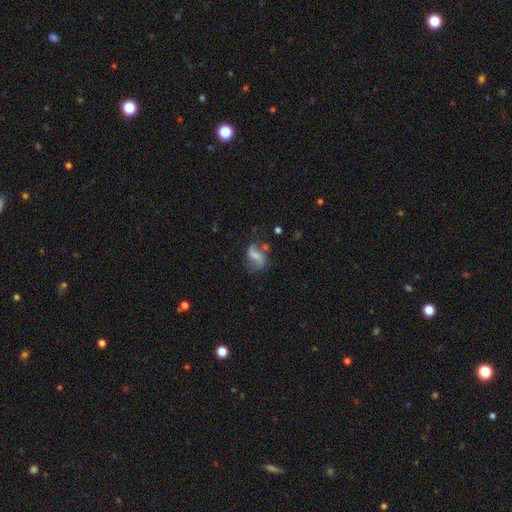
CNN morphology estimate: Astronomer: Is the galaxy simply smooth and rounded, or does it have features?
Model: featured or disk — 74%.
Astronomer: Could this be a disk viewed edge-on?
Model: no — 97%.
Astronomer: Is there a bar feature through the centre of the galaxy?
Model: weak — 43% (runner-up: no, 30%).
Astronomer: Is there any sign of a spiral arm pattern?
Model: yes — 91%.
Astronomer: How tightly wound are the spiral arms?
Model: loose — 68%.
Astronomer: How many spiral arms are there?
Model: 2 — 89%.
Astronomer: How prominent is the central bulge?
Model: small — 41% (runner-up: none, 28%).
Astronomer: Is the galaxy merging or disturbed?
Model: none — 62%.